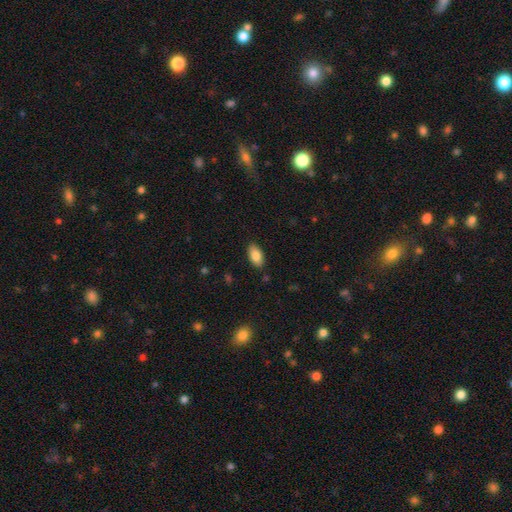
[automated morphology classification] Smooth or featured? Predicted: smooth (p=0.85). How rounded? Predicted: in between (p=0.92). Merging? Predicted: none (p=0.87).